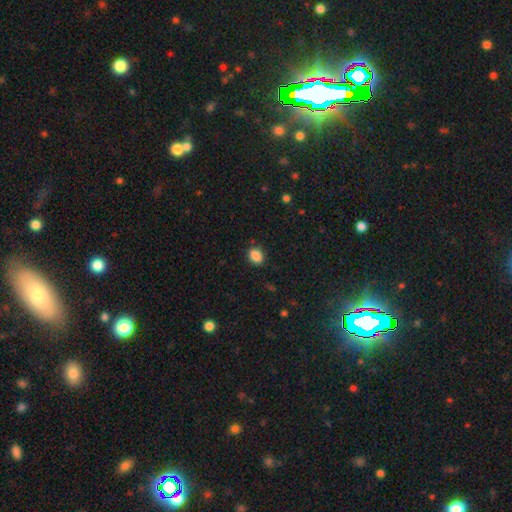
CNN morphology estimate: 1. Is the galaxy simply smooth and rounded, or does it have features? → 87% smooth, 10% star or artifact, 3% featured or disk.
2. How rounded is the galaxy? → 59% in between, 40% round, 1% cigar-shaped.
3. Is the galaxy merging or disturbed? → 85% none, 11% minor disturbance, 3% major disturbance, 1% merger.